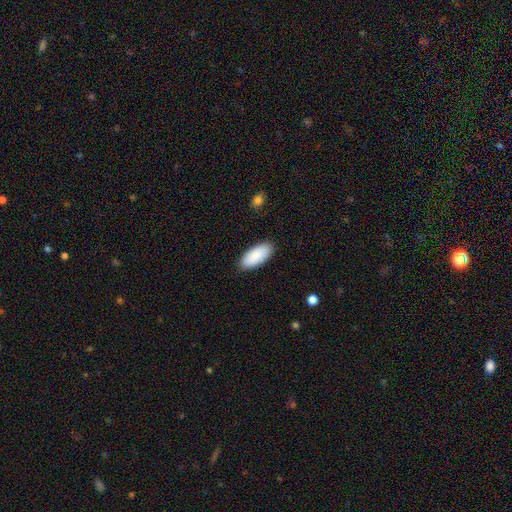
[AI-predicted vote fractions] Smooth or featured? smooth (90%)
How rounded? in between (89%)
Merging? none (88%)